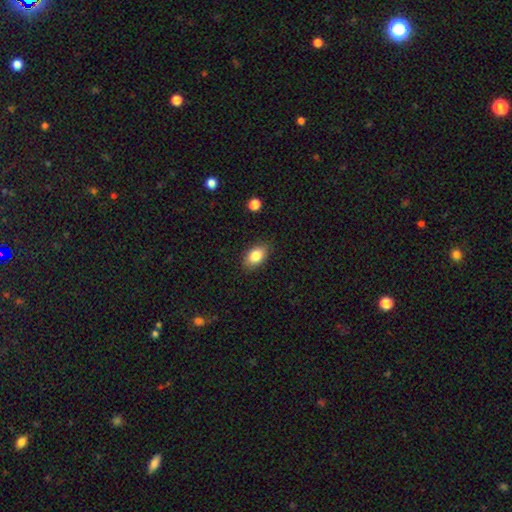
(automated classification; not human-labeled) Smooth or featured?
  - smooth: 84% *
  - featured or disk: 8%
  - star or artifact: 8%
How rounded?
  - in between: 88% *
  - round: 11%
  - cigar-shaped: 2%
Merging?
  - none: 86% *
  - minor disturbance: 11%
  - major disturbance: 2%
  - merger: 1%